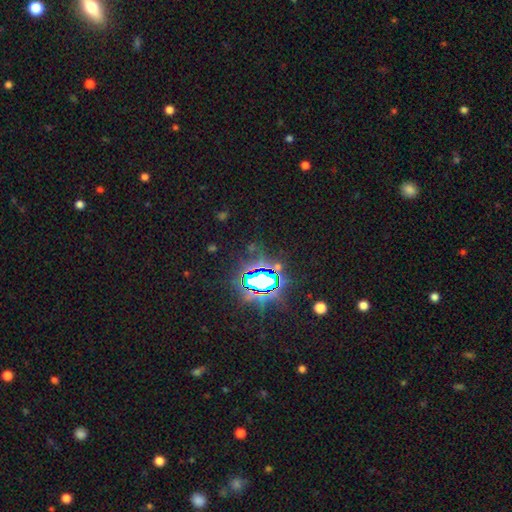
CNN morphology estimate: Smooth or featured? star or artifact (84%)